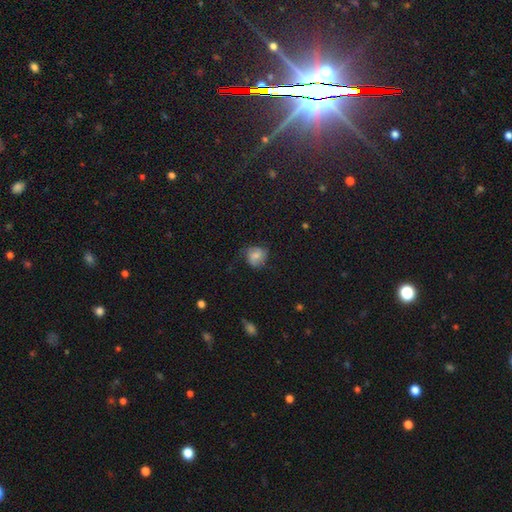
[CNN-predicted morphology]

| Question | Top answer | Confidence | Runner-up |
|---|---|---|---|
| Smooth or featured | smooth | 65% | featured or disk (25%) |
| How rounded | round | 72% | in between (27%) |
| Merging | none | 54% | minor disturbance (29%) |